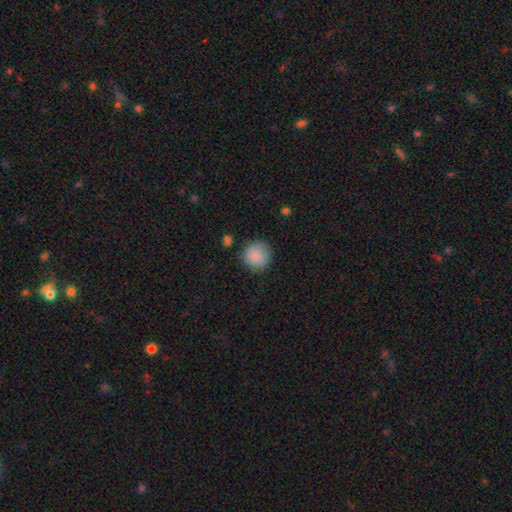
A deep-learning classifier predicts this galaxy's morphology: Q: Smooth or featured?
A: smooth (88%); runner-up: star or artifact (8%)
Q: How rounded?
A: round (93%); runner-up: in between (6%)
Q: Merging?
A: none (84%); runner-up: minor disturbance (11%)